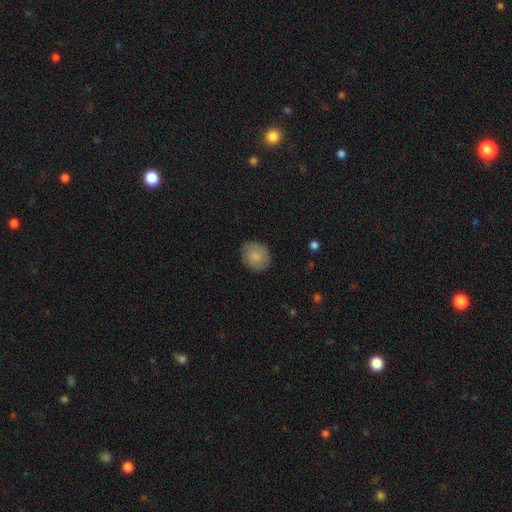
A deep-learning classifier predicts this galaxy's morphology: Overall: smooth (85%). How rounded: round (67%; in between 32%). Merging: none (85%).